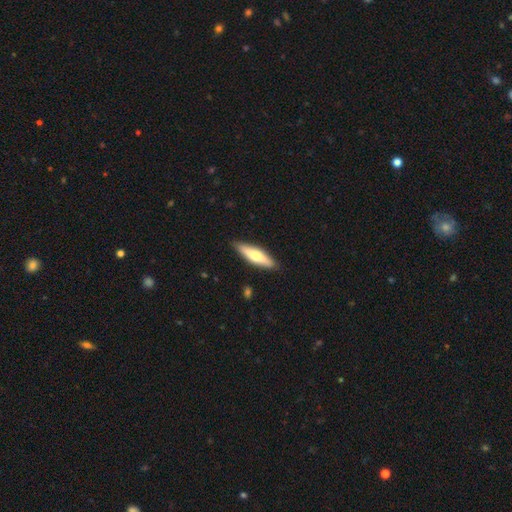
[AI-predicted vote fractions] Morphology: type=smooth (58%); roundness=cigar-shaped (66%); merging=none (87%).